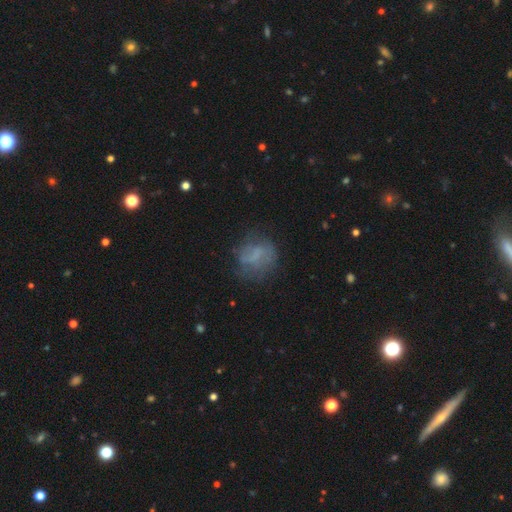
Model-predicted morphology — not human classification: This is possibly a smooth galaxy (48%). Merging: possibly none (60%).